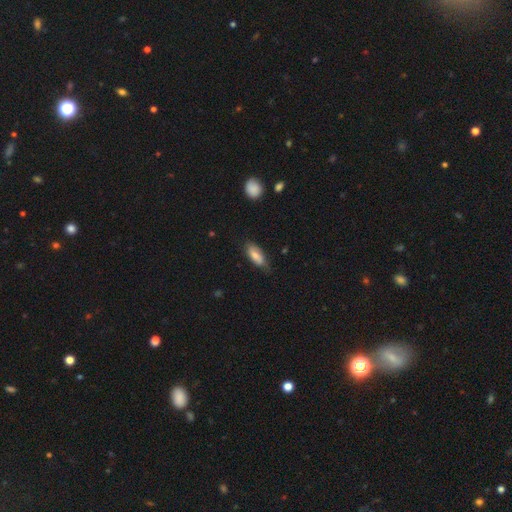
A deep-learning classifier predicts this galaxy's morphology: smooth-or-featured: smooth: 79% | featured or disk: 14% | star or artifact: 6%
  how-rounded: in between: 76% | cigar-shaped: 22% | round: 2%
  merging: none: 66% | minor disturbance: 27% | major disturbance: 5% | merger: 2%